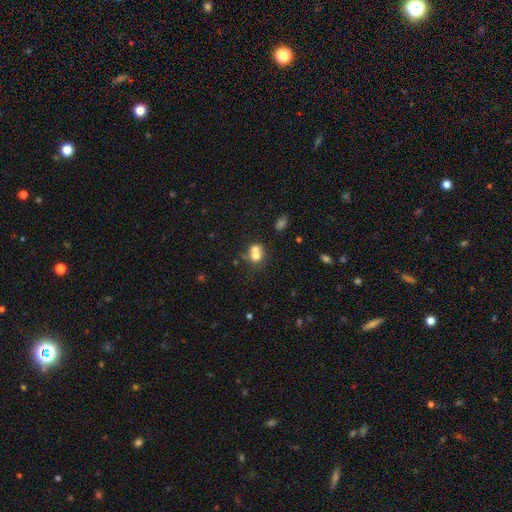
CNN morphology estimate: smooth_or_featured: smooth (p=0.67) [alt: featured or disk p=0.20]
how_rounded: round (p=0.72) [alt: in between p=0.27]
merging: merger (p=0.62) [alt: none p=0.28]